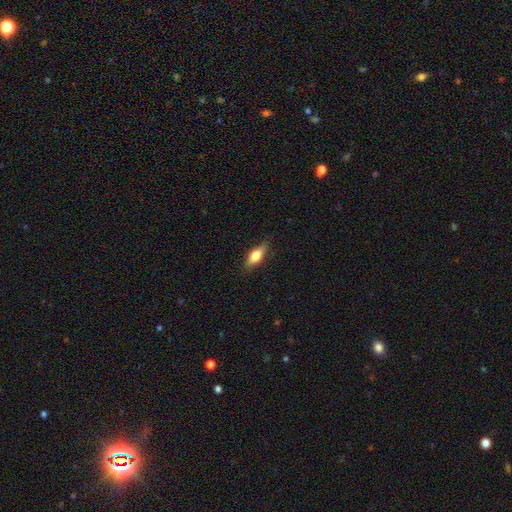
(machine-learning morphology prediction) Smooth or featured?
  - smooth: 71% *
  - featured or disk: 23%
  - star or artifact: 7%
How rounded?
  - in between: 67% *
  - cigar-shaped: 30%
  - round: 3%
Merging?
  - none: 84% *
  - minor disturbance: 12%
  - major disturbance: 3%
  - merger: 1%